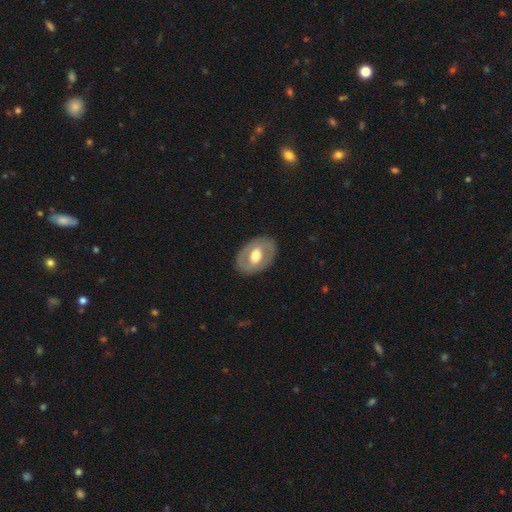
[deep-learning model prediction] This appears to be a featured or disk galaxy (57%) with no bar (46%), no spiral arms (70%) and a moderate central bulge (65%). Merging: none (84%).